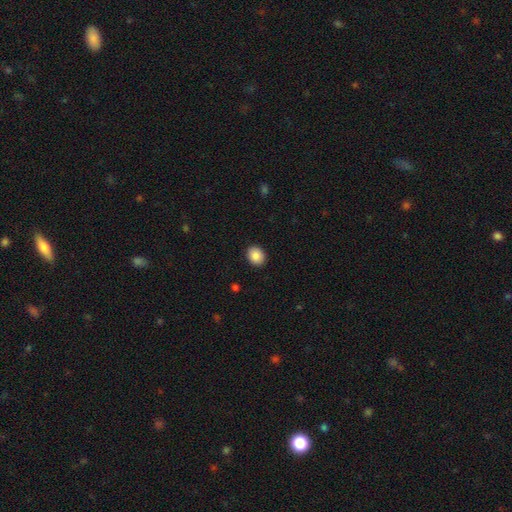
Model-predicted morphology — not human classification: smooth 88%, star or artifact 8%, featured or disk 4%. Down the decision tree: how rounded — round (59%); merging — none (91%).